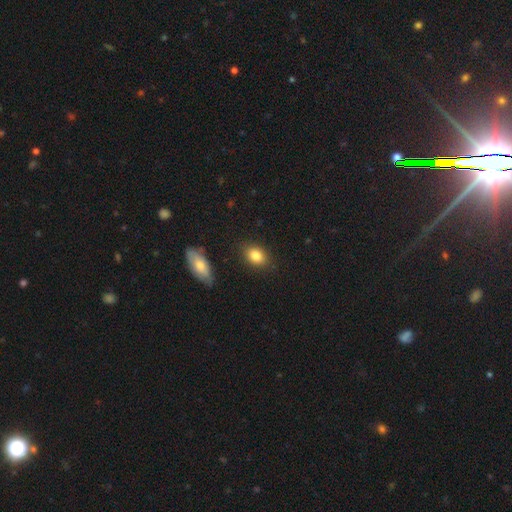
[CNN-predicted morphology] Smooth or featured? smooth (84%)
How rounded? in between (72%)
Merging? none (85%)